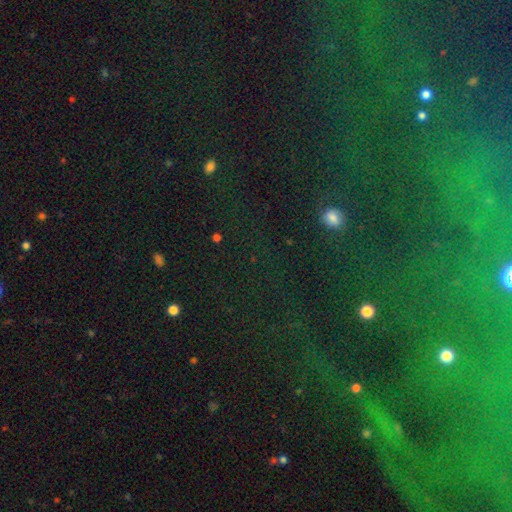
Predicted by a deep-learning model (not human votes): Q: Smooth or featured?
A: star or artifact (71%); runner-up: smooth (16%)